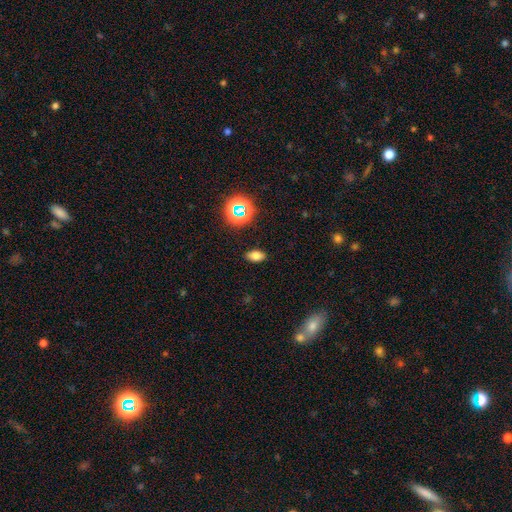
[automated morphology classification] Smooth or featured: smooth — 75% (star or artifact — 17%)
How rounded: in between — 89% (round — 8%)
Merging: none — 87% (minor disturbance — 9%)